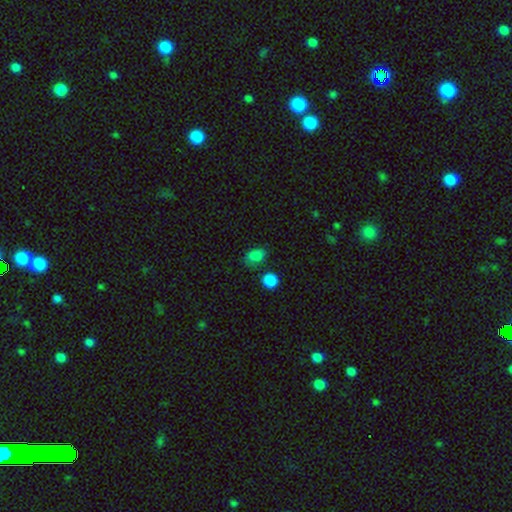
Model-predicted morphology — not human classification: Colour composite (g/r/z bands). It shows a smooth galaxy with no disk features (83%) that is in between round and cigar-shaped (74%). Merging: none (67%).